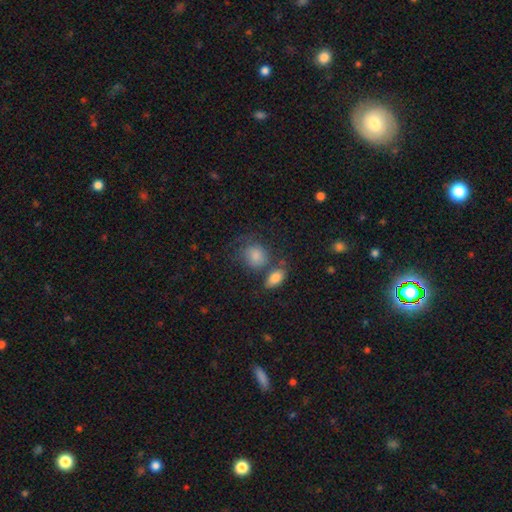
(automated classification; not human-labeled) This is clearly a smooth galaxy (82%). How rounded: possibly round (58%). Merging: possibly none (46%).